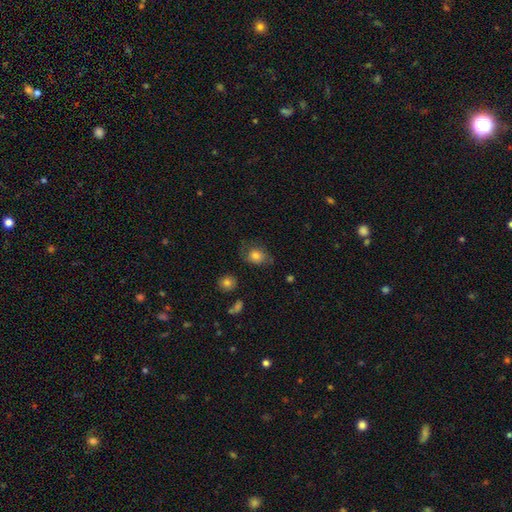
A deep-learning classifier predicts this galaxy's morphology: This is likely a smooth galaxy (74%). How rounded: possibly round (50%). Merging: possibly none (58%).